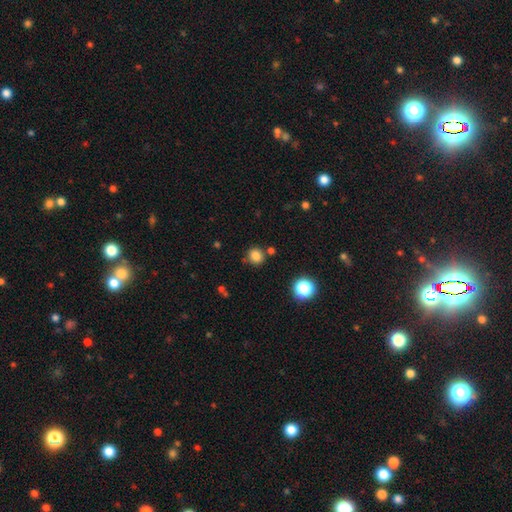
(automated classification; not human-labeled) A smooth galaxy with no disk features (82%) that is round (86%).

Vote fractions:
- Smooth or featured? smooth: 82% / star or artifact: 13% / featured or disk: 5%
- How rounded? round: 86% / in between: 13% / cigar-shaped: 1%
- Merging? none: 80% / minor disturbance: 10% / merger: 8% / major disturbance: 3%